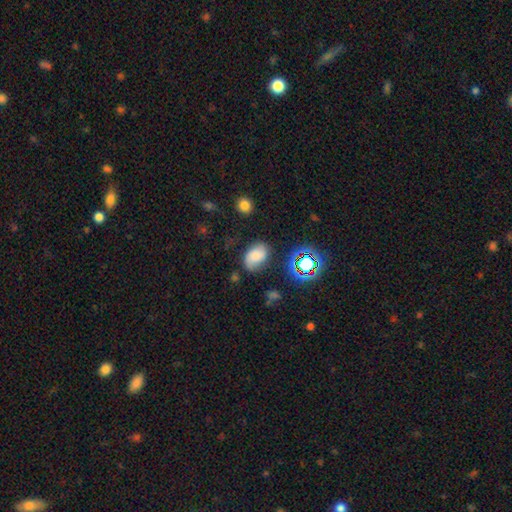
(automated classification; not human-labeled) Overall: smooth (57%; featured or disk 30%). How rounded: in between (83%). Merging: none (66%).